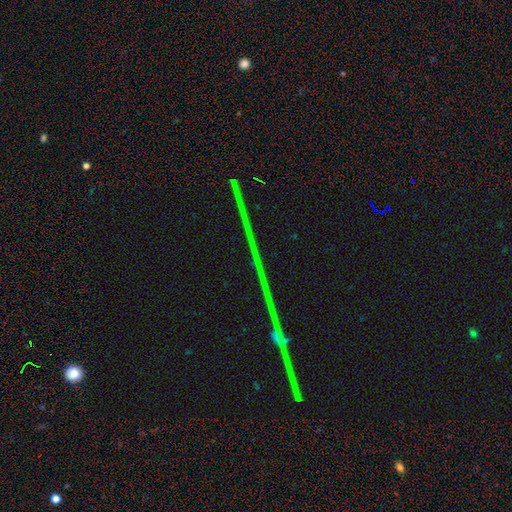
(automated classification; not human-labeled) A star or artifact, not a galaxy (83%).

Vote fractions:
- Smooth or featured? star or artifact: 83% / featured or disk: 10% / smooth: 7%